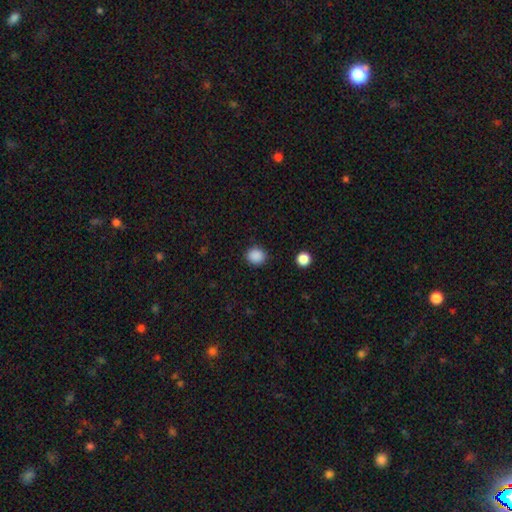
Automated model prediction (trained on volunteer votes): Smooth or featured? Predicted: smooth (p=0.87). How rounded? Predicted: round (p=0.79). Merging? Predicted: none (p=0.89).